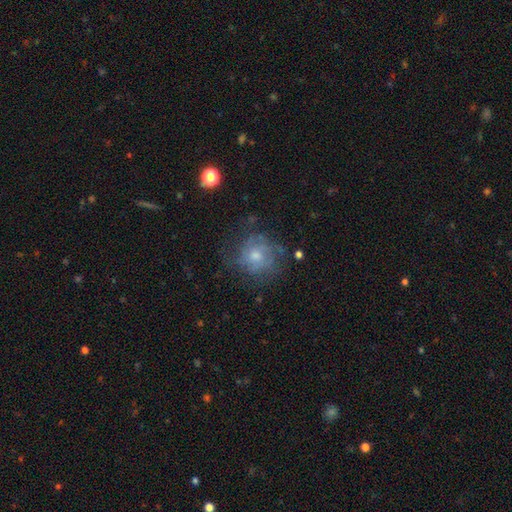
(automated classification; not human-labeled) Smooth or featured?
  - featured or disk: 53% *
  - smooth: 34%
  - star or artifact: 13%
Edge-on disk?
  - no: 97% *
  - yes: 3%
Bar?
  - no: 81% *
  - weak: 16%
  - strong: 2%
Spiral arms?
  - yes: 69% *
  - no: 31%
Bulge size?
  - moderate: 57% *
  - small: 33%
  - large: 5%
  - none: 3%
  - dominant: 1%
Merging?
  - none: 64% *
  - minor disturbance: 20%
  - major disturbance: 14%
  - merger: 2%